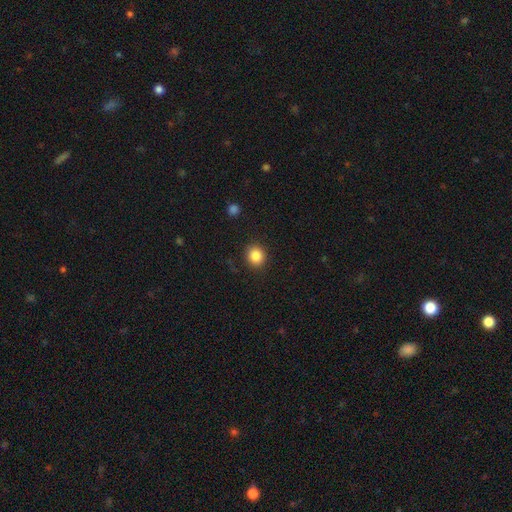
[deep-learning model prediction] Smooth or featured: smooth — 85% (star or artifact — 10%)
How rounded: round — 86% (in between — 13%)
Merging: none — 89% (minor disturbance — 7%)